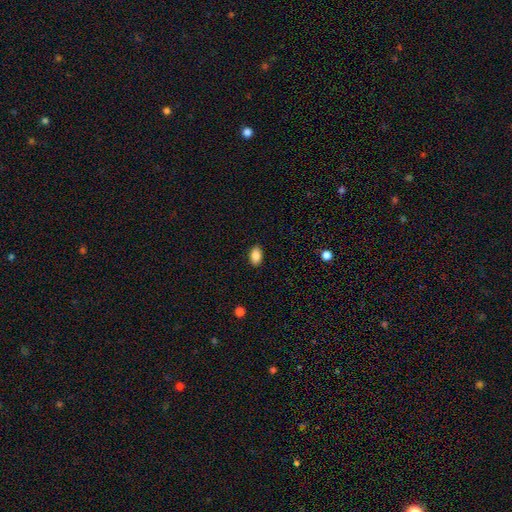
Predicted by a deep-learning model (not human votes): A smooth galaxy with no disk features (88%) that is in between round and cigar-shaped (90%). Merging: none (88%).